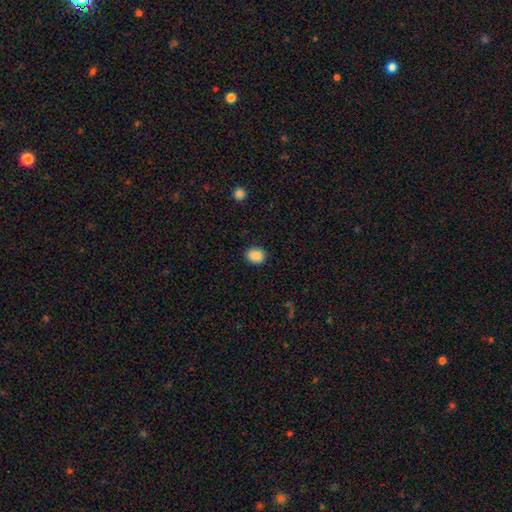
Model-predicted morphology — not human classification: smooth-or-featured: smooth: 88% | star or artifact: 9% | featured or disk: 3%
  how-rounded: round: 59% | in between: 40% | cigar-shaped: 1%
  merging: none: 87% | minor disturbance: 9% | major disturbance: 3% | merger: 1%